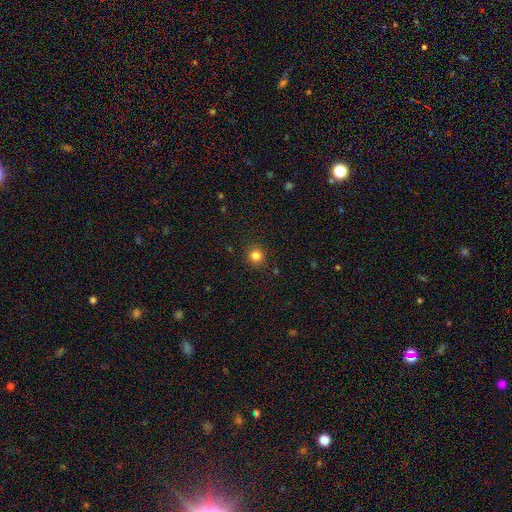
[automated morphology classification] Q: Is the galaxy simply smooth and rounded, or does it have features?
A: smooth — 83%.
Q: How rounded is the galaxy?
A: round — 93%.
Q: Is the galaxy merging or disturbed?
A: none — 91%.